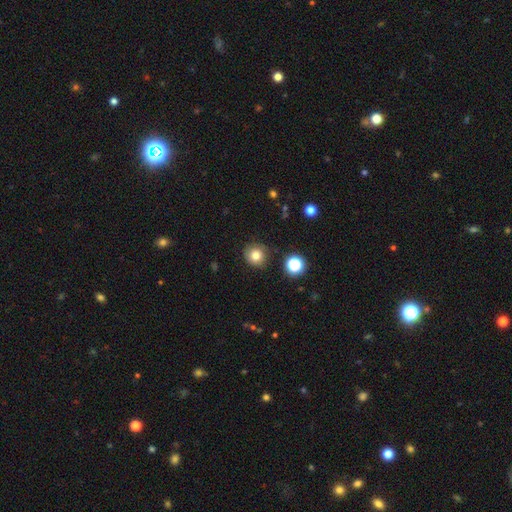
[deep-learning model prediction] Q: Smooth or featured?
A: smooth (77%); runner-up: star or artifact (13%)
Q: How rounded?
A: round (90%); runner-up: in between (9%)
Q: Merging?
A: none (82%); runner-up: minor disturbance (13%)